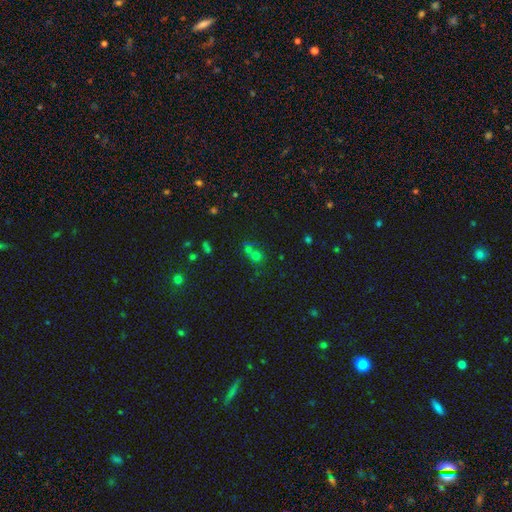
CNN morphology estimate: Smooth or featured? smooth (56%)
How rounded? round (81%)
Merging? none (44%)